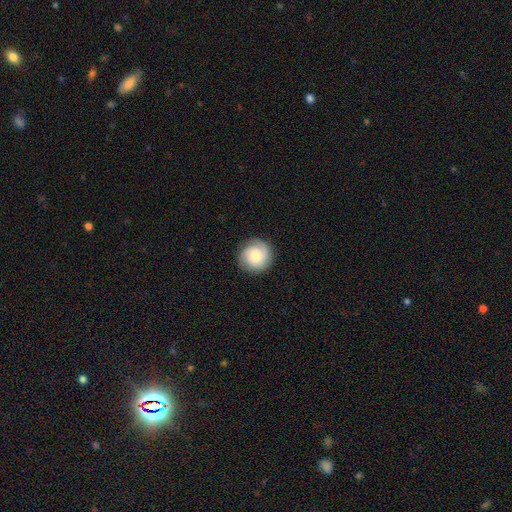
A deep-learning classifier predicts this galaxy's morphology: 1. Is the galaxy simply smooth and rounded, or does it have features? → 46% featured or disk (tied), 46% smooth (tied), 8% star or artifact.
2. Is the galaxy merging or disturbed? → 86% none, 10% minor disturbance, 3% major disturbance, 1% merger.